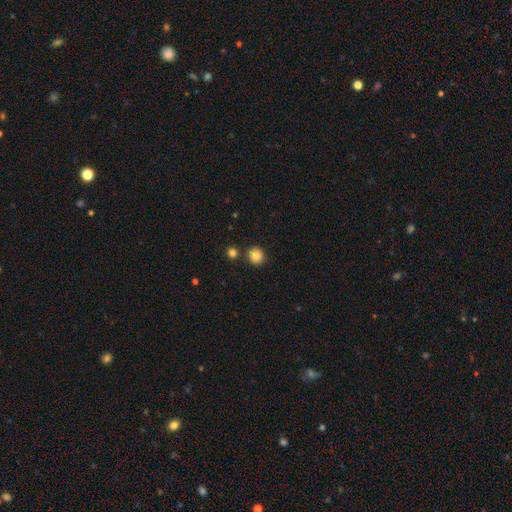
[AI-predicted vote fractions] Q: Smooth or featured?
A: smooth (85%); runner-up: star or artifact (10%)
Q: How rounded?
A: round (86%); runner-up: in between (13%)
Q: Merging?
A: none (84%); runner-up: minor disturbance (7%)